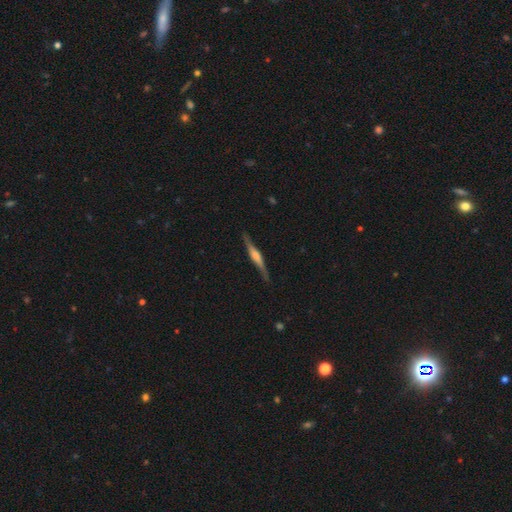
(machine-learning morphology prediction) This appears to be a featured or disk galaxy (72%) viewed edge-on (96%) with a rounded central bulge (62%). Merging: none (86%).